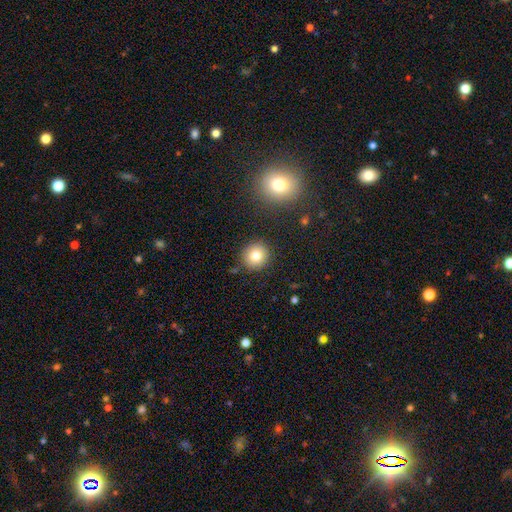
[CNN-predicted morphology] This appears to be a smooth galaxy with no disk features (80%) that is round (92%). Merging: none (88%).